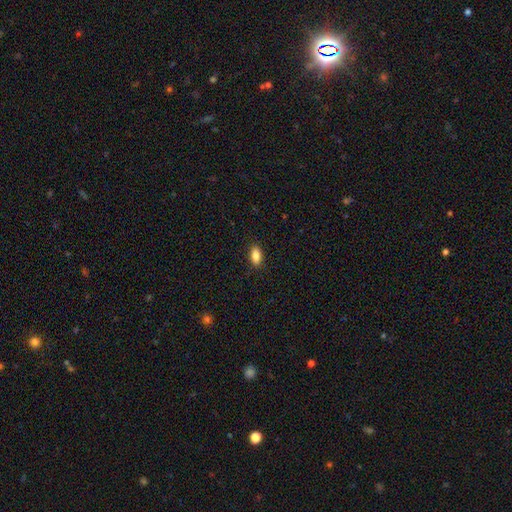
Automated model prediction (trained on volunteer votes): A smooth galaxy with no disk features (87%) that is in between round and cigar-shaped (90%).

Vote fractions:
- Smooth or featured? smooth: 87% / star or artifact: 8% / featured or disk: 5%
- How rounded? in between: 90% / cigar-shaped: 6% / round: 4%
- Merging? none: 89% / minor disturbance: 8% / major disturbance: 2% / merger: 1%